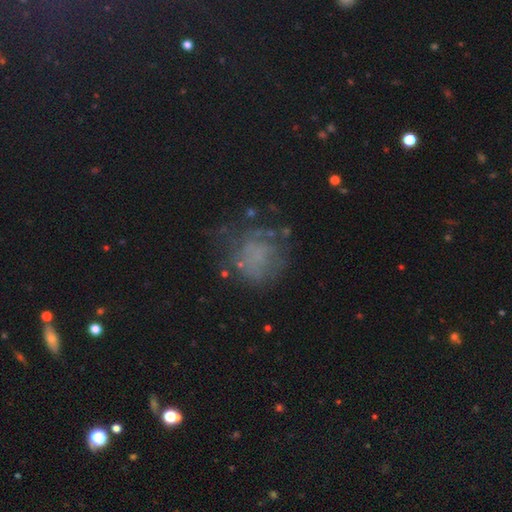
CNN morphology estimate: The model was most divided on "smooth or featured": featured or disk: 42%, smooth: 38%, star or artifact: 21%. More confident: merging — none (53%).